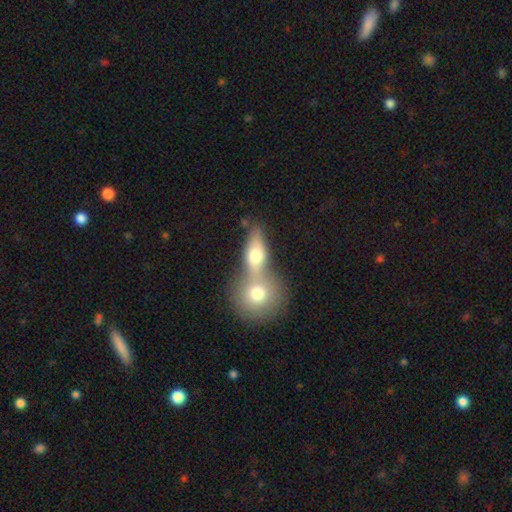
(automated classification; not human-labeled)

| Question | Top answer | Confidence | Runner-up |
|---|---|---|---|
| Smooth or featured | smooth | 67% | featured or disk (25%) |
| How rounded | in between | 60% | round (25%) |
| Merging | merger | 56% | none (32%) |